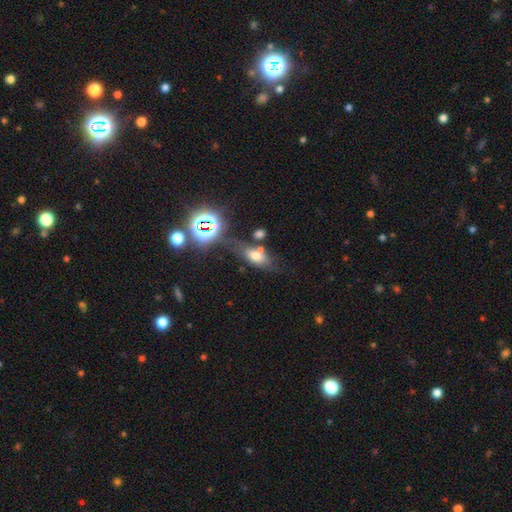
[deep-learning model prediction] Morphology: type=smooth (58%); roundness=in between (73%); merging=none (51%).